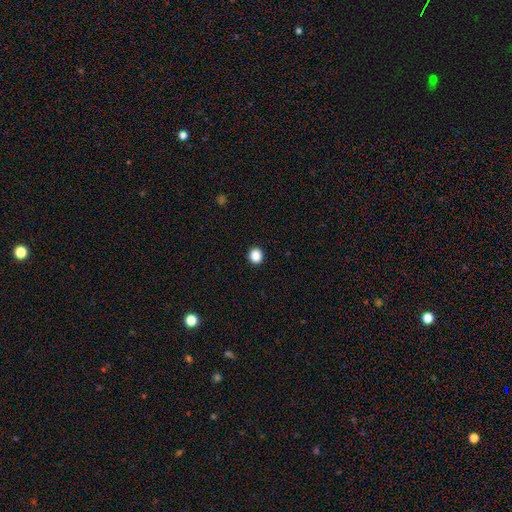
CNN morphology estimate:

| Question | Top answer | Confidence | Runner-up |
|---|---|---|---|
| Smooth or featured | smooth | 87% | star or artifact (10%) |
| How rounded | round | 84% | in between (15%) |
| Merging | none | 93% | minor disturbance (5%) |